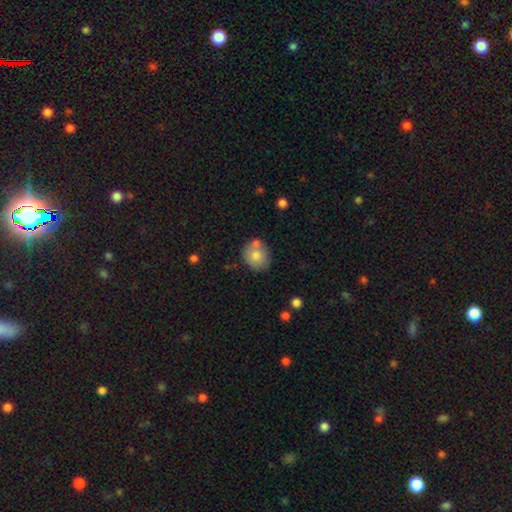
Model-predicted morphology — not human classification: Q: Smooth or featured?
A: smooth (76%); runner-up: featured or disk (16%)
Q: How rounded?
A: round (74%); runner-up: in between (25%)
Q: Merging?
A: none (66%); runner-up: merger (17%)